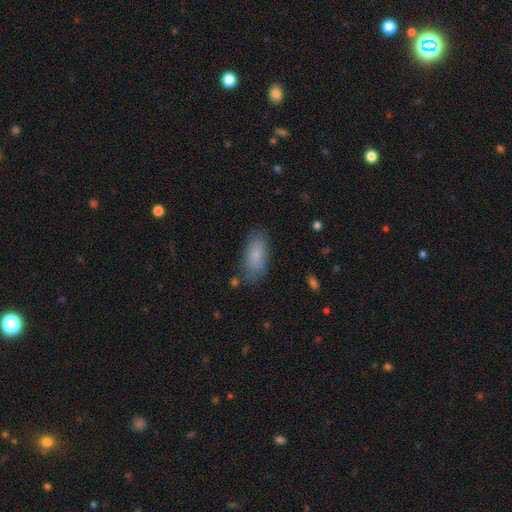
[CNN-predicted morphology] Smooth or featured? Predicted: smooth (p=0.79). How rounded? Predicted: in between (p=0.88). Merging? Predicted: none (p=0.74).